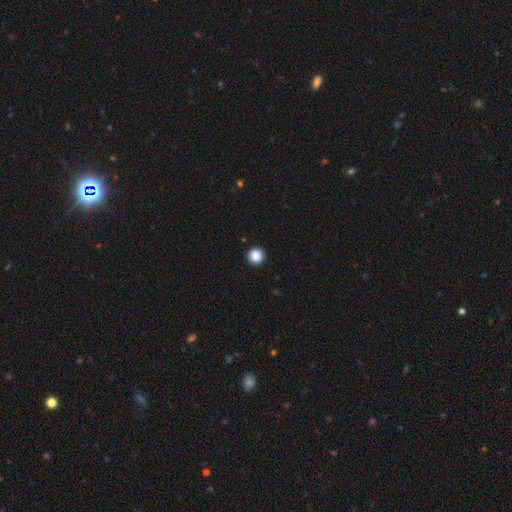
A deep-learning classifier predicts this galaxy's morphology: A smooth galaxy with no disk features (88%) that is round (96%).

Vote fractions:
- Smooth or featured? smooth: 88% / star or artifact: 10% / featured or disk: 2%
- How rounded? round: 96% / in between: 3% / cigar-shaped: 1%
- Merging? none: 94% / minor disturbance: 4% / major disturbance: 1% / merger: 1%